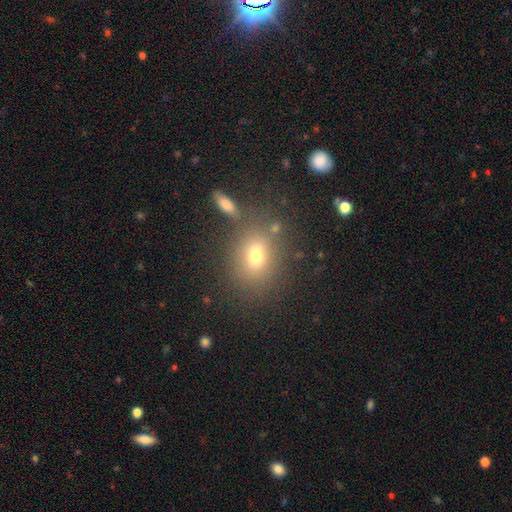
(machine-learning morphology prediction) type=smooth (70%); roundness=in between (57%); merging=none (74%).